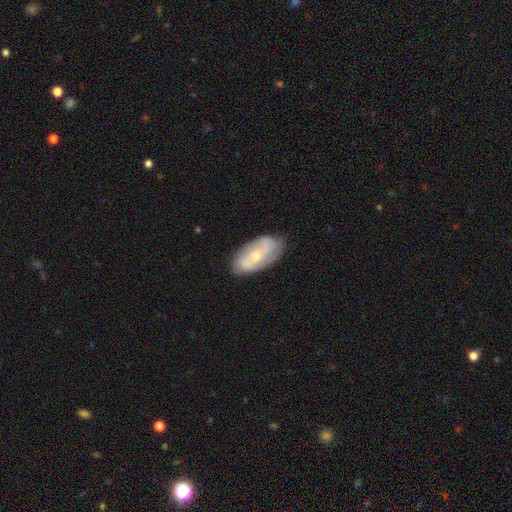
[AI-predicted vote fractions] This is possibly a featured or disk galaxy (58%). It is clearly not viewed edge-on (92%). Bar: possibly no (59%). Spiral arm pattern: likely yes (76%). Central bulge: possibly small (57%). Merging: likely none (77%).